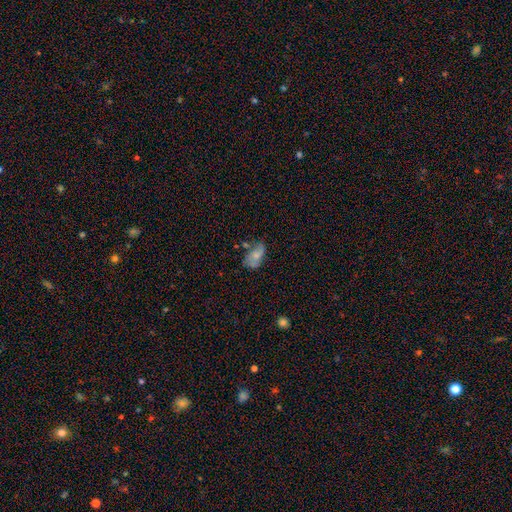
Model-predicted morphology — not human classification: Q: Smooth or featured?
A: smooth (62%); runner-up: featured or disk (29%)
Q: How rounded?
A: in between (90%); runner-up: round (6%)
Q: Merging?
A: none (42%); runner-up: minor disturbance (31%)